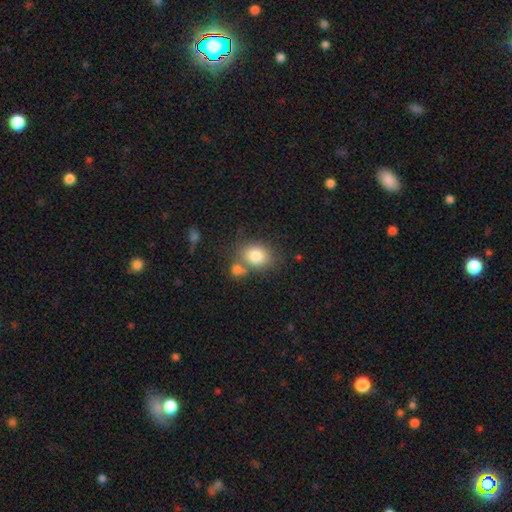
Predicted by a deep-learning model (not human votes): Smooth or featured?
  - smooth: 81% *
  - featured or disk: 10%
  - star or artifact: 9%
How rounded?
  - round: 52% *
  - in between: 47%
  - cigar-shaped: 1%
Merging?
  - none: 57% *
  - merger: 24%
  - minor disturbance: 14%
  - major disturbance: 5%